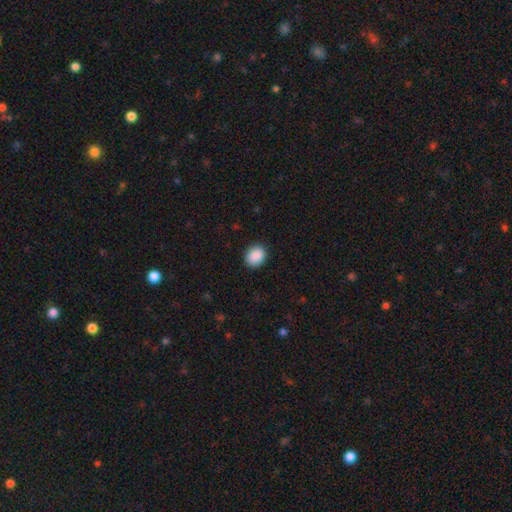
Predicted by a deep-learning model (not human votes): Smooth or featured? smooth (90%)
How rounded? round (50%)
Merging? none (88%)